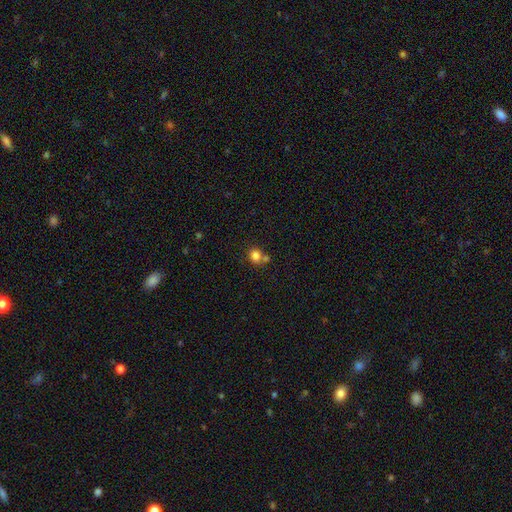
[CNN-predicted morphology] smooth-or-featured: smooth: 81% | star or artifact: 12% | featured or disk: 7%
  how-rounded: round: 75% | in between: 24% | cigar-shaped: 1%
  merging: none: 56% | merger: 31% | minor disturbance: 10% | major disturbance: 4%